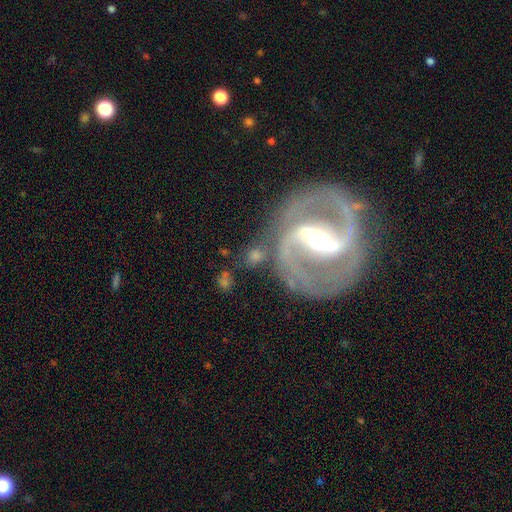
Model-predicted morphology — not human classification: featured or disk 88%, smooth 6%, star or artifact 6%. Down the decision tree: edge-on disk — no (96%); bar — strong (68%); spiral arms — yes (94%); spiral arm count — 2 (91%); spiral winding — medium (56%); bulge size — moderate (64%); merging — none (74%).